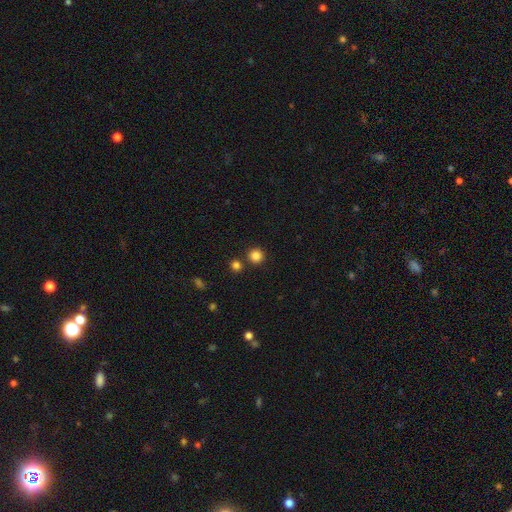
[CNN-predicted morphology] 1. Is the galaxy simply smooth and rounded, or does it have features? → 84% smooth, 12% star or artifact, 4% featured or disk.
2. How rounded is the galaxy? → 93% round, 6% in between, 1% cigar-shaped.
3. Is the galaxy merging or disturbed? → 83% none, 8% merger, 6% minor disturbance, 2% major disturbance.